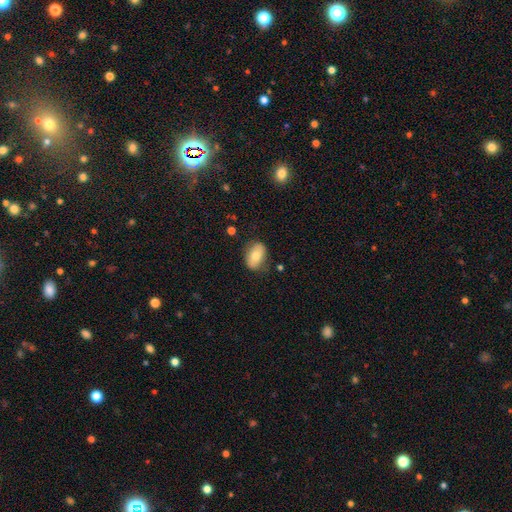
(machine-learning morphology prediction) Smooth or featured? smooth (75%)
How rounded? in between (89%)
Merging? none (76%)